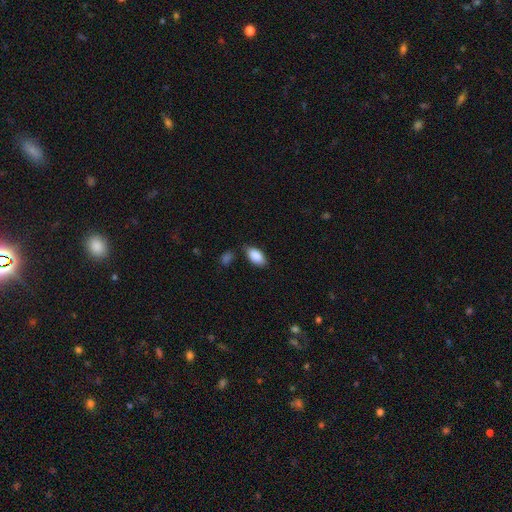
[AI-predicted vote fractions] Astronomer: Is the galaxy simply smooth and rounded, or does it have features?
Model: smooth — 89%.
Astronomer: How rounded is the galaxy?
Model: in between — 94%.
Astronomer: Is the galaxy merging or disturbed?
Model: none — 75%.